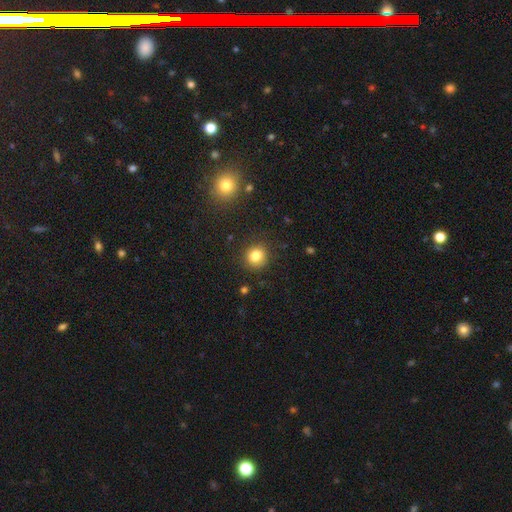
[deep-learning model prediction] Overall: smooth (81%). How rounded: round (89%). Merging: none (89%).